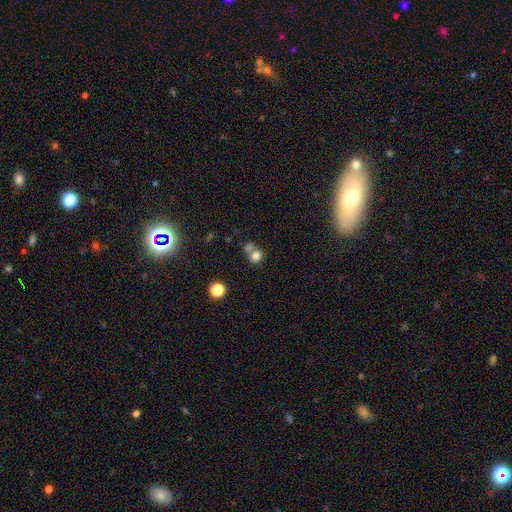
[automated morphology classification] This appears to be a smooth galaxy with no disk features (77%) that is round (84%). Merging: none (44%).